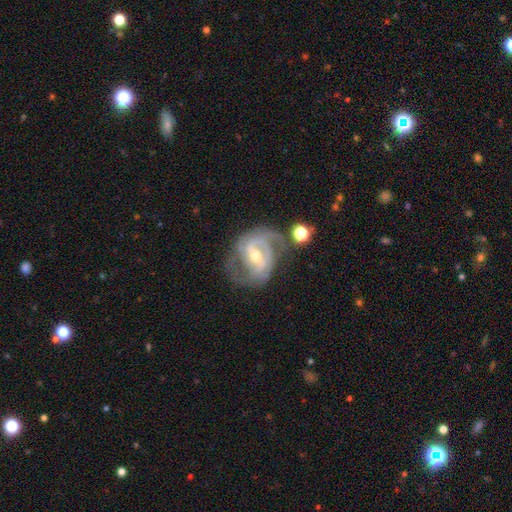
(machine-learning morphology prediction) Smooth or featured?
  - featured or disk: 88% *
  - smooth: 7%
  - star or artifact: 6%
Edge-on disk?
  - no: 97% *
  - yes: 3%
Bar?
  - weak: 44% *
  - strong: 38%
  - no: 18%
Spiral arms?
  - yes: 95% *
  - no: 5%
Spiral winding?
  - medium: 49% *
  - tight: 36%
  - loose: 15%
Spiral arm count?
  - 2: 68% *
  - 3: 13%
  - can't tell: 11%
  - 1: 4%
  - 4: 2%
  - more than 4: 2%
Bulge size?
  - moderate: 55% *
  - small: 41%
  - large: 2%
  - none: 1%
  - dominant: 1%
Merging?
  - none: 59% *
  - minor disturbance: 21%
  - major disturbance: 15%
  - merger: 5%